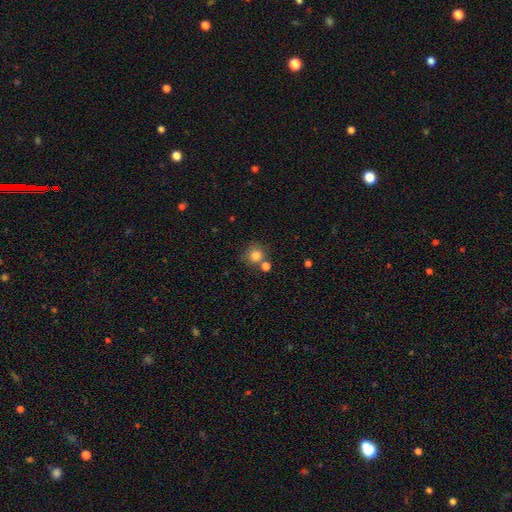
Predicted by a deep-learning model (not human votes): Smooth or featured? smooth (82%)
How rounded? round (89%)
Merging? none (65%)